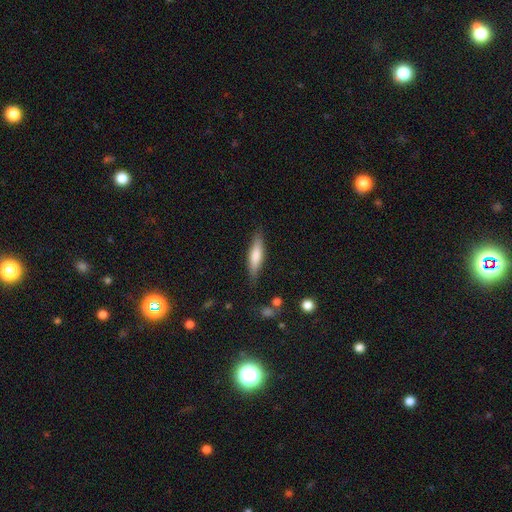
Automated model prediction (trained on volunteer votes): A smooth galaxy with no disk features (71%) that is cigar-shaped (68%).

Vote fractions:
- Smooth or featured? smooth: 71% / featured or disk: 24% / star or artifact: 6%
- How rounded? cigar-shaped: 68% / in between: 30% / round: 2%
- Merging? none: 82% / minor disturbance: 13% / major disturbance: 3% / merger: 2%